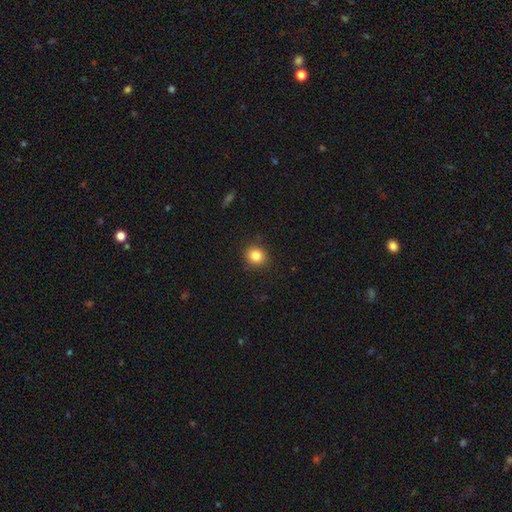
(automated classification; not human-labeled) Smooth or featured? Predicted: smooth (p=0.83). How rounded? Predicted: round (p=0.82). Merging? Predicted: none (p=0.89).